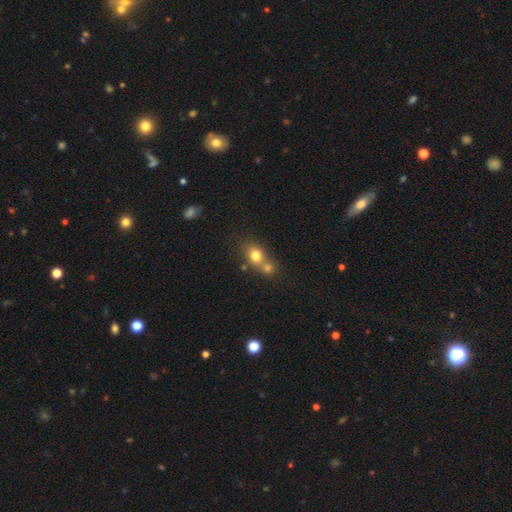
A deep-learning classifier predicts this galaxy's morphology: This is likely a smooth galaxy (76%). How rounded: possibly round (58%). Merging: possibly merger (54%).